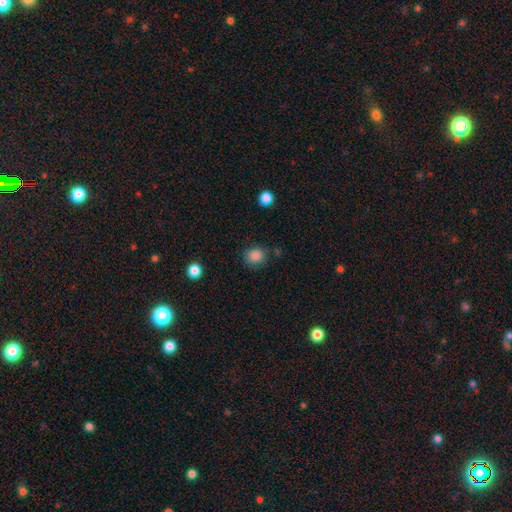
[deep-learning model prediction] Smooth or featured?
  - smooth: 86% *
  - star or artifact: 10%
  - featured or disk: 4%
How rounded?
  - round: 76% *
  - in between: 23%
  - cigar-shaped: 1%
Merging?
  - none: 82% *
  - minor disturbance: 12%
  - major disturbance: 4%
  - merger: 3%